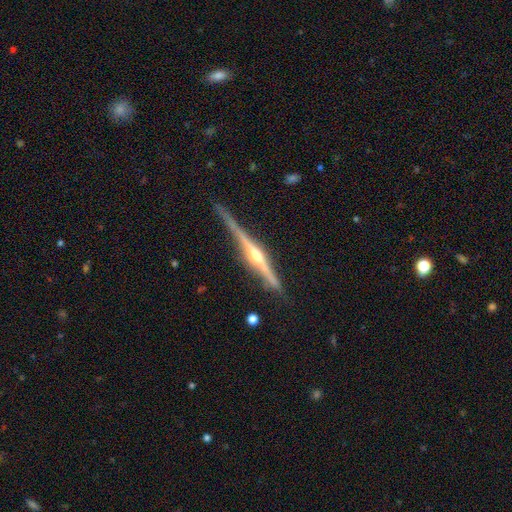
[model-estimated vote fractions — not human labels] The model was most divided on "merging": none: 82%, minor disturbance: 14%, major disturbance: 3%, merger: 2%. More confident: edge-on disk — yes (98%); edge-on bulge — rounded (89%); smooth or featured — featured or disk (87%).